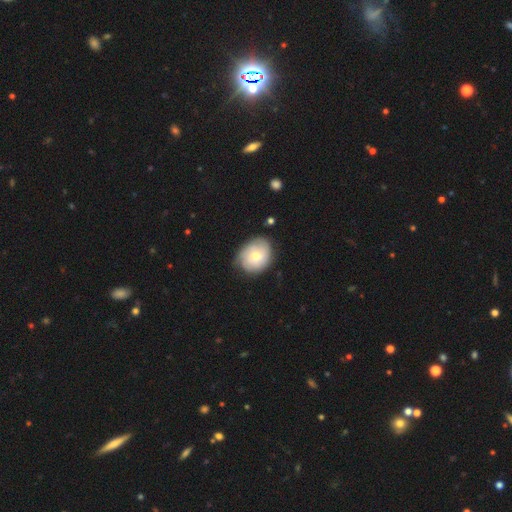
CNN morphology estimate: smooth_or_featured: smooth (p=0.60) [alt: featured or disk p=0.33]
how_rounded: round (p=0.55) [alt: in between p=0.45]
merging: none (p=0.68) [alt: minor disturbance p=0.25]